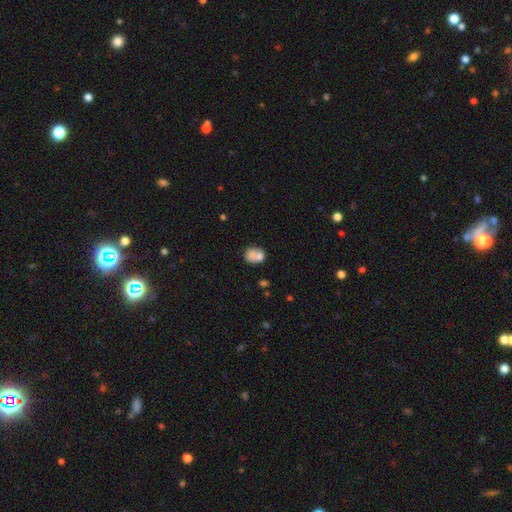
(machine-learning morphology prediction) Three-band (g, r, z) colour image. It shows a smooth galaxy with no disk features (71%) that is round (54%). Merging: merger (39%).